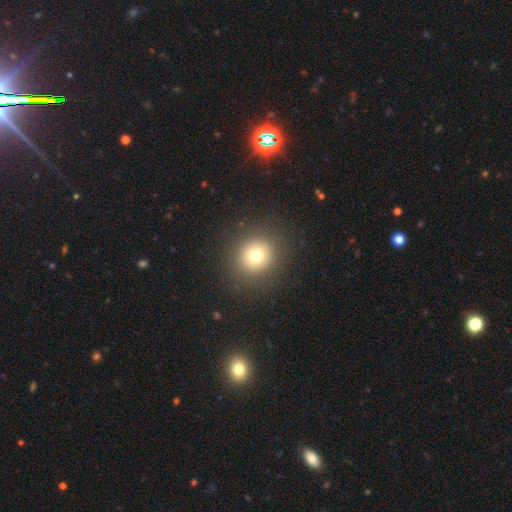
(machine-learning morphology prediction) smooth-or-featured: smooth: 75% | star or artifact: 15% | featured or disk: 11%
  how-rounded: round: 89% | in between: 10% | cigar-shaped: 1%
  merging: none: 89% | minor disturbance: 6% | major disturbance: 3% | merger: 1%